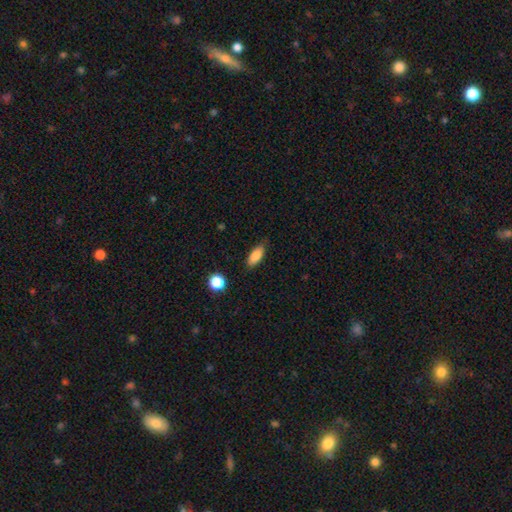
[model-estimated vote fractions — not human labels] Q: Smooth or featured?
A: smooth (85%); runner-up: star or artifact (8%)
Q: How rounded?
A: in between (78%); runner-up: cigar-shaped (19%)
Q: Merging?
A: none (82%); runner-up: minor disturbance (14%)